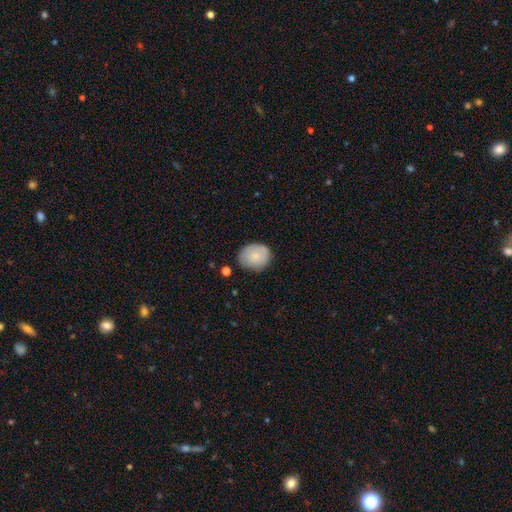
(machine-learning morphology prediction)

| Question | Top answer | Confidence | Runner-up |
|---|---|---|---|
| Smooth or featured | smooth | 79% | featured or disk (14%) |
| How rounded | round | 58% | in between (41%) |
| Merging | none | 75% | minor disturbance (19%) |